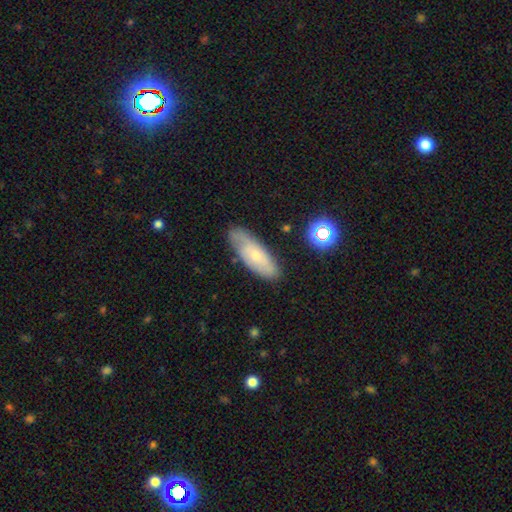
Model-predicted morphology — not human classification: smooth 49%, featured or disk 43%, star or artifact 8%. Down the decision tree: merging — none (69%).